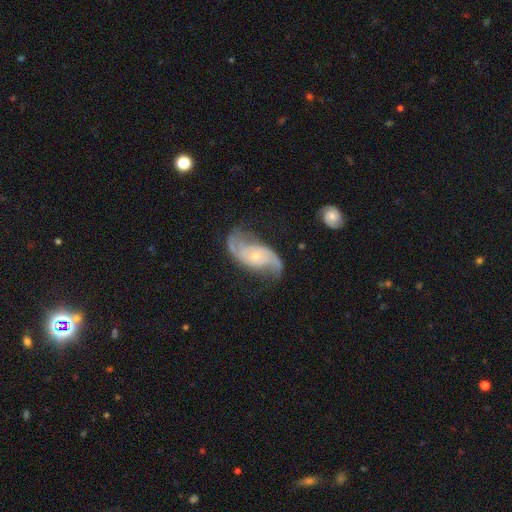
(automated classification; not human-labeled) A featured or disk galaxy (89%) with no bar (67%), 2 (88%) medium (42%) spiral arms (97%) and a small central bulge (65%). Merging: none (67%).